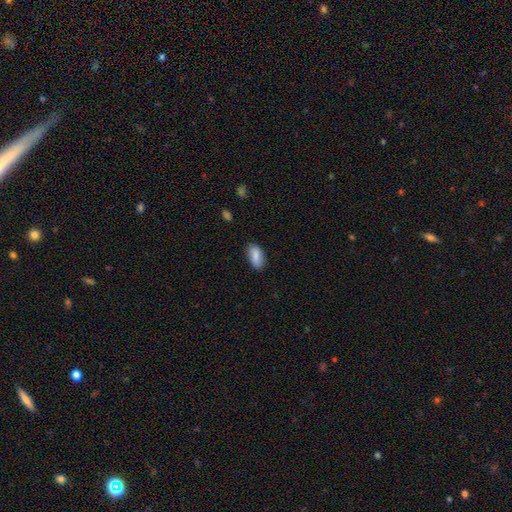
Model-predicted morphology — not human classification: smooth 85%, featured or disk 8%, star or artifact 7%. Down the decision tree: how rounded — in between (92%); merging — none (80%).